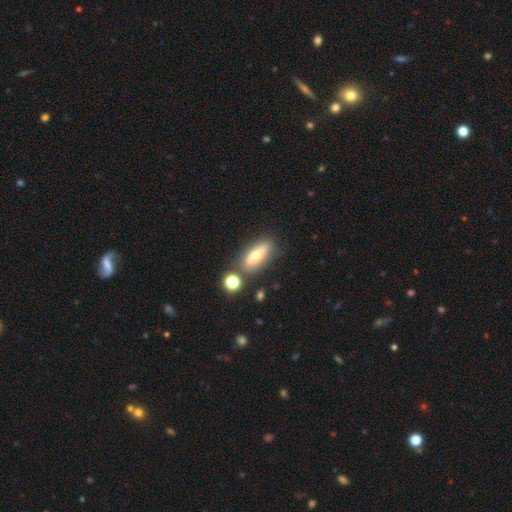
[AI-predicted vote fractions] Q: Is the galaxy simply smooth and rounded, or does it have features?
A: smooth — 60%.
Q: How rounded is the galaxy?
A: in between — 62%.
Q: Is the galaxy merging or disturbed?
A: none — 75%.